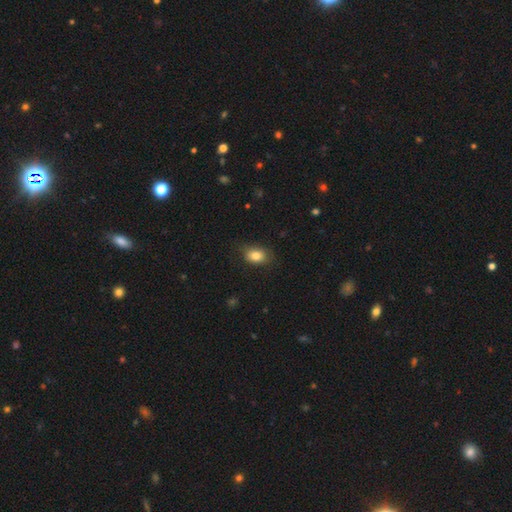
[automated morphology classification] A smooth galaxy with no disk features (83%) that is in between round and cigar-shaped (75%).

Vote fractions:
- Smooth or featured? smooth: 83% / star or artifact: 9% / featured or disk: 9%
- How rounded? in between: 75% / round: 24% / cigar-shaped: 1%
- Merging? none: 80% / minor disturbance: 15% / major disturbance: 3% / merger: 1%